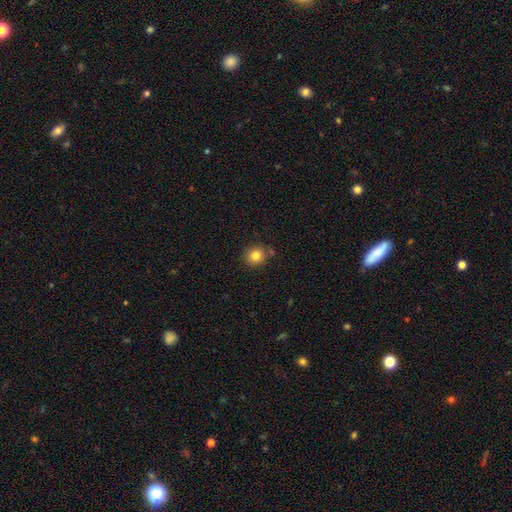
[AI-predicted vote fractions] This is clearly a smooth galaxy (82%). How rounded: clearly round (90%). Merging: clearly none (81%).